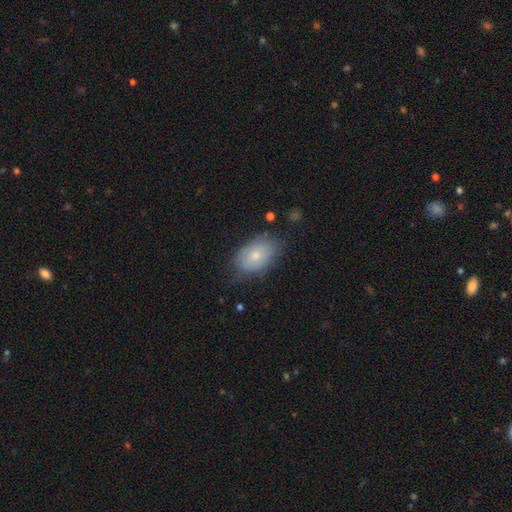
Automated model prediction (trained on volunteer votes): Overall: smooth (74%). How rounded: in between (89%). Merging: none (69%).